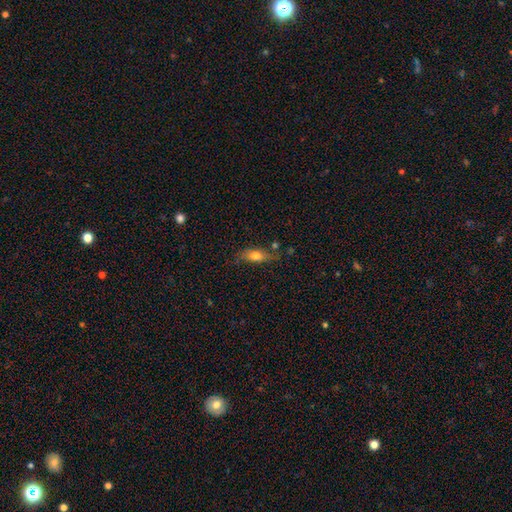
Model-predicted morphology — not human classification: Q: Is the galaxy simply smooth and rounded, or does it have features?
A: smooth — 69%.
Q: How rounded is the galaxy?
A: in between — 70%.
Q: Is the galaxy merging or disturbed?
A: none — 64%.